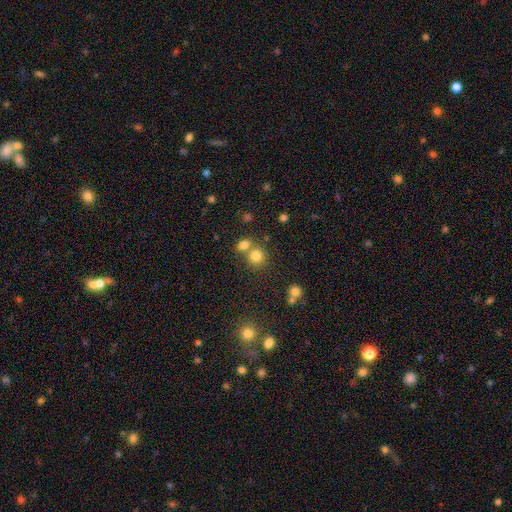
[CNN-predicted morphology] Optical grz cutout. It shows a smooth galaxy with no disk features (78%) that is round (85%). Merging: none (58%).